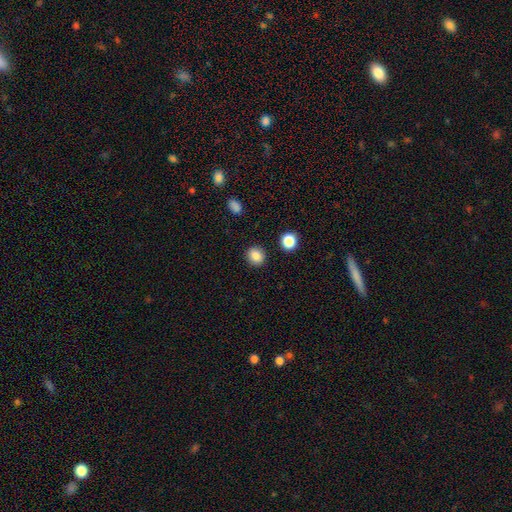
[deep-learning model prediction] A smooth galaxy with no disk features (86%) that is round (81%). Merging: none (89%).